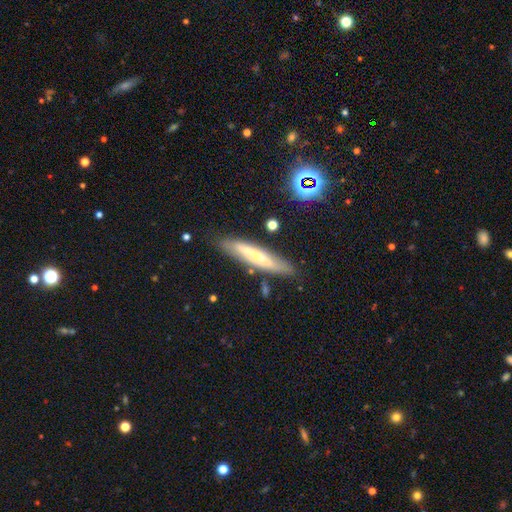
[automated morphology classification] smooth_or_featured: featured or disk (p=0.47) [alt: smooth p=0.45]
merging: none (p=0.80) [alt: minor disturbance p=0.14]